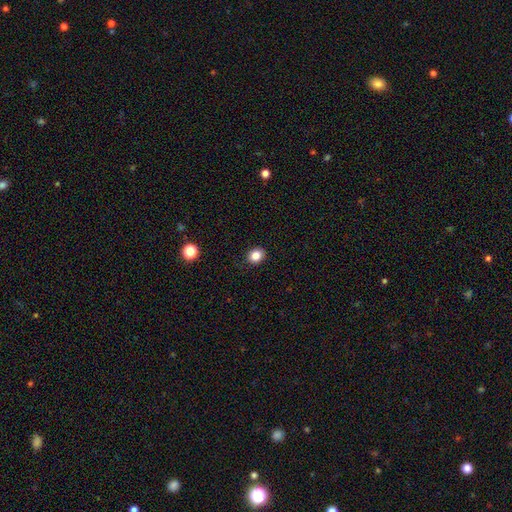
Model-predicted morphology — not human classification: Smooth or featured: smooth — 84% (star or artifact — 11%)
How rounded: round — 61% (in between — 38%)
Merging: none — 89% (minor disturbance — 8%)